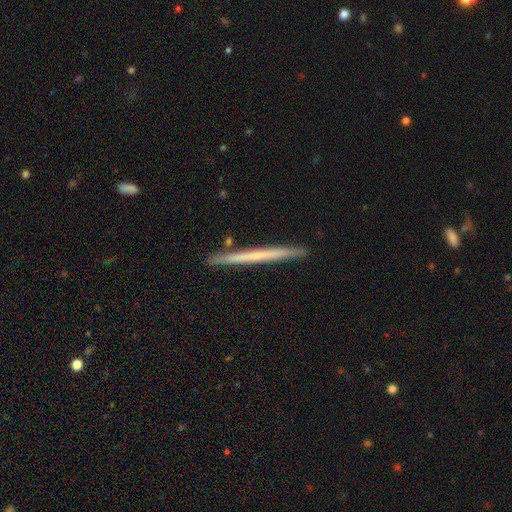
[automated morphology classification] Smooth or featured: featured or disk — 48% (smooth — 47%)
Merging: none — 91% (minor disturbance — 6%)